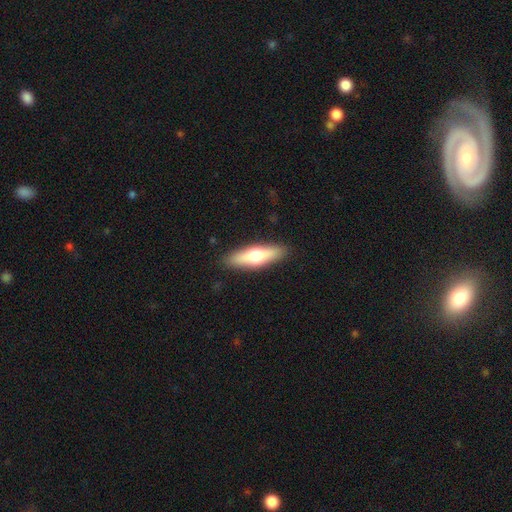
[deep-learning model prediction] Smooth or featured? smooth (56%)
How rounded? cigar-shaped (55%)
Merging? none (89%)